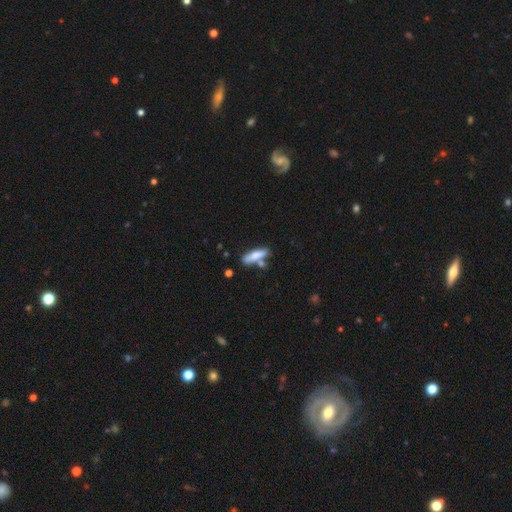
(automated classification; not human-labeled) This is likely a smooth galaxy (73%). How rounded: likely cigar-shaped (67%). Merging: possibly none (59%).